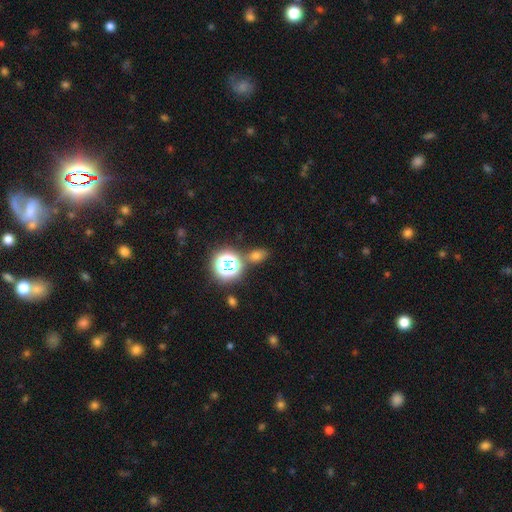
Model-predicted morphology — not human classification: smooth 60%, star or artifact 31%, featured or disk 9%. Down the decision tree: how rounded — in between (67%); merging — none (73%).